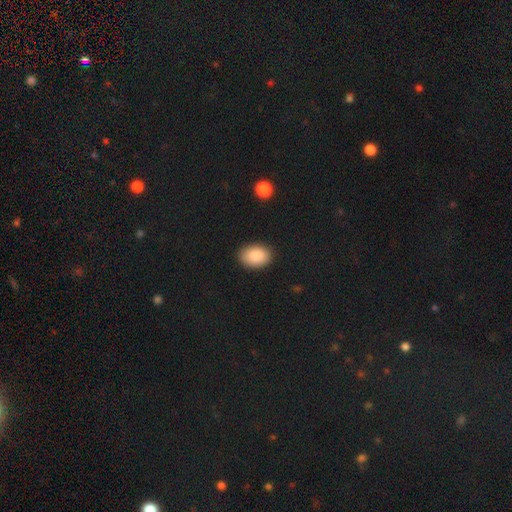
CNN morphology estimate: This appears to be a smooth galaxy with no disk features (89%) that is in between round and cigar-shaped (80%). Merging: none (88%).